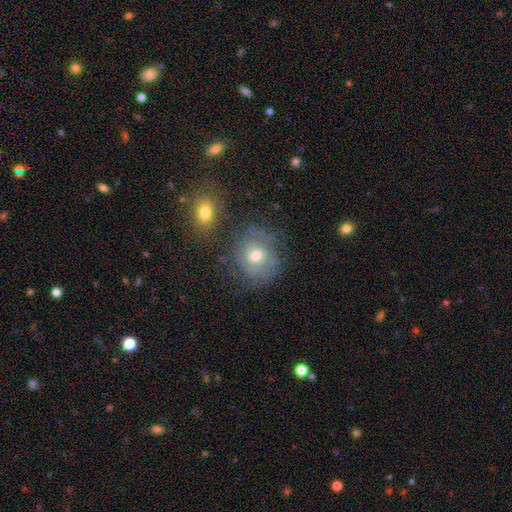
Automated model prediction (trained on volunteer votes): smooth_or_featured: featured or disk (p=0.56) [alt: smooth p=0.33]
disk_edge_on: no (p=0.97) [alt: yes p=0.03]
bar: no (p=0.62) [alt: weak p=0.32]
has_spiral_arms: yes (p=0.73) [alt: no p=0.27]
bulge_size: moderate (p=0.73) [alt: small p=0.18]
merging: none (p=0.65) [alt: minor disturbance p=0.20]